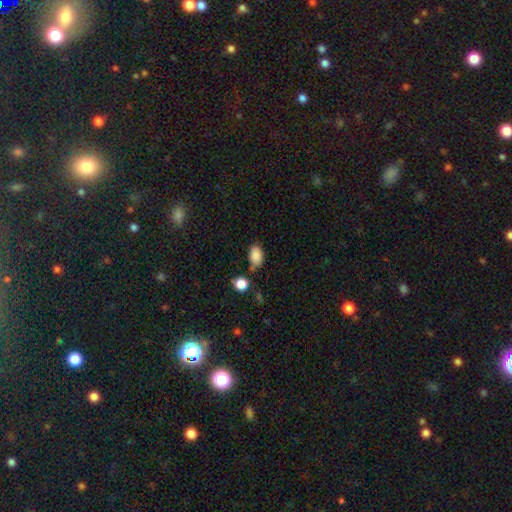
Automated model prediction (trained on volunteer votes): Smooth or featured?
  - smooth: 86% *
  - star or artifact: 9%
  - featured or disk: 5%
How rounded?
  - in between: 86% *
  - round: 12%
  - cigar-shaped: 1%
Merging?
  - none: 66% *
  - minor disturbance: 21%
  - merger: 8%
  - major disturbance: 5%